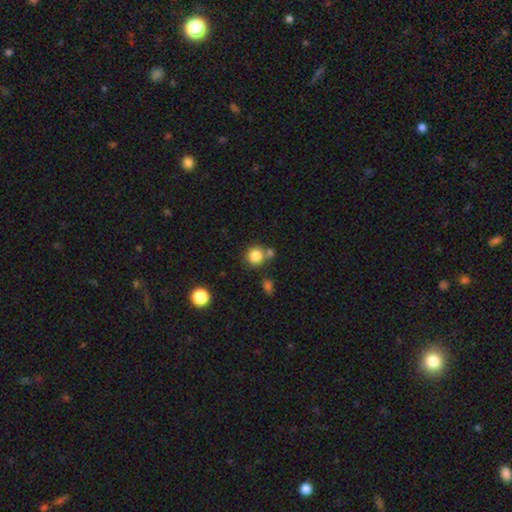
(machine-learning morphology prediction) smooth-or-featured: smooth: 83% | star or artifact: 11% | featured or disk: 6%
  how-rounded: round: 89% | in between: 10% | cigar-shaped: 1%
  merging: none: 65% | merger: 21% | minor disturbance: 10% | major disturbance: 4%